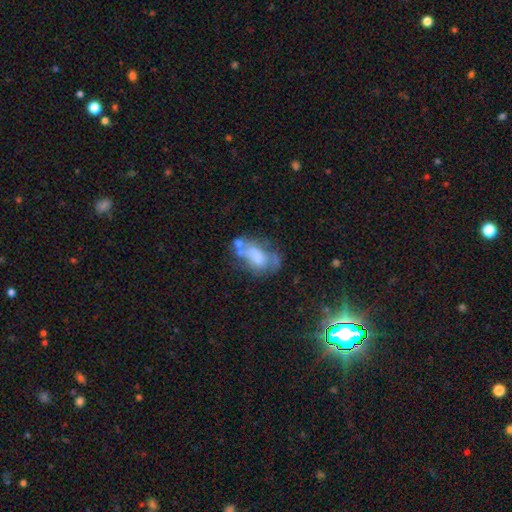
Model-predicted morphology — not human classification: A smooth galaxy with no disk features (47%). Merging: none (27%).